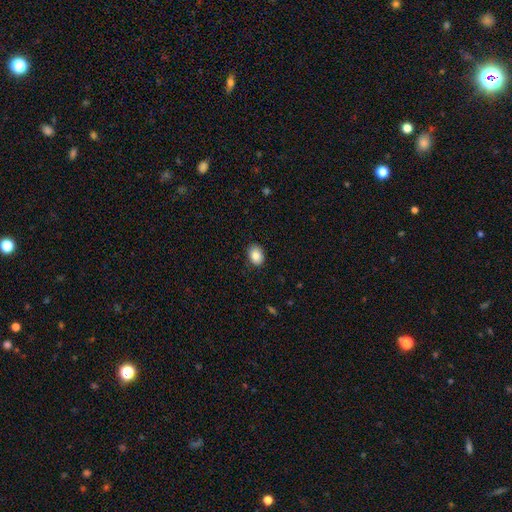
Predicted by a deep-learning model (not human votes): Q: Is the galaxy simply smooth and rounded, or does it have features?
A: smooth — 86%.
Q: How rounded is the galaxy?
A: in between — 68%.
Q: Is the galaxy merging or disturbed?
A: none — 86%.